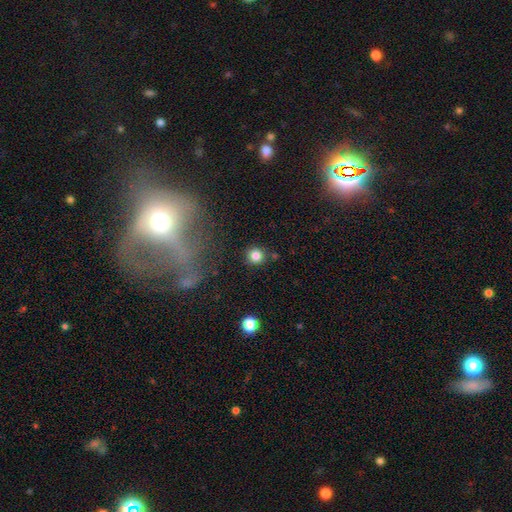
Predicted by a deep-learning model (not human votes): Smooth or featured?
  - smooth: 81% *
  - star or artifact: 13%
  - featured or disk: 7%
How rounded?
  - round: 93% *
  - in between: 6%
  - cigar-shaped: 1%
Merging?
  - none: 86% *
  - minor disturbance: 7%
  - merger: 4%
  - major disturbance: 3%